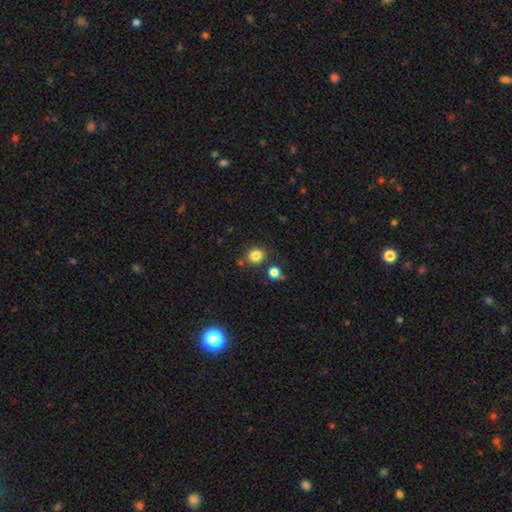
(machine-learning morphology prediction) Smooth or featured?
  - smooth: 82% *
  - star or artifact: 12%
  - featured or disk: 6%
How rounded?
  - round: 81% *
  - in between: 18%
  - cigar-shaped: 1%
Merging?
  - none: 77% *
  - minor disturbance: 10%
  - merger: 10%
  - major disturbance: 3%